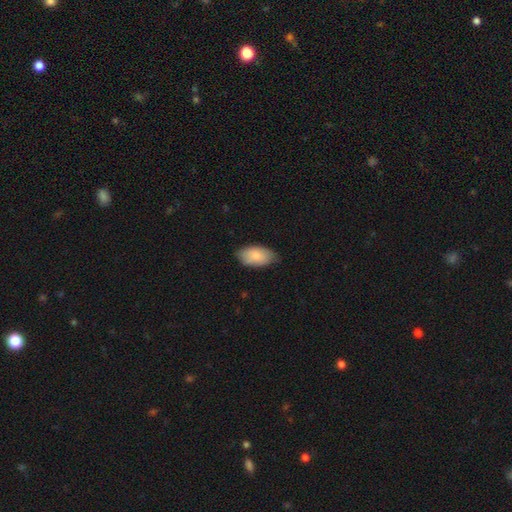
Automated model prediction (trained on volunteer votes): Smooth or featured? smooth (83%)
How rounded? in between (95%)
Merging? none (74%)